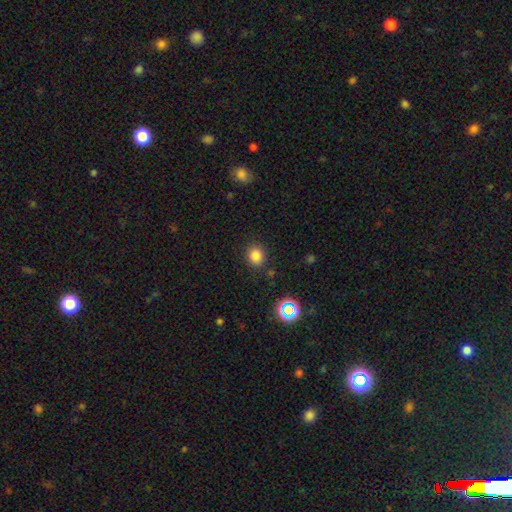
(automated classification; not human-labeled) A smooth galaxy with no disk features (81%) that is round (73%).

Vote fractions:
- Smooth or featured? smooth: 81% / star or artifact: 14% / featured or disk: 5%
- How rounded? round: 73% / in between: 26% / cigar-shaped: 1%
- Merging? none: 86% / minor disturbance: 9% / major disturbance: 3% / merger: 2%